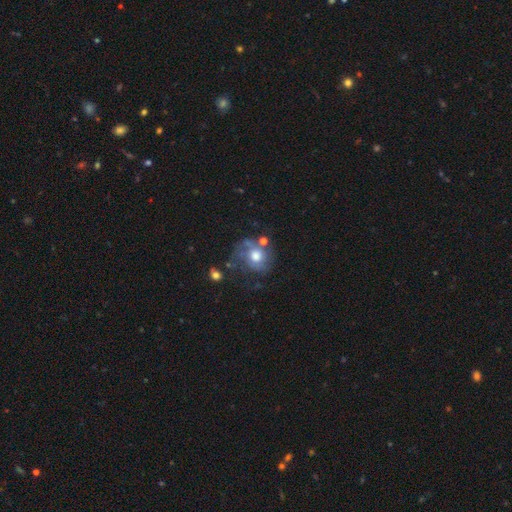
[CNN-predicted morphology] Q: Smooth or featured?
A: featured or disk (47%); runner-up: smooth (43%)
Q: Merging?
A: none (48%); runner-up: minor disturbance (23%)